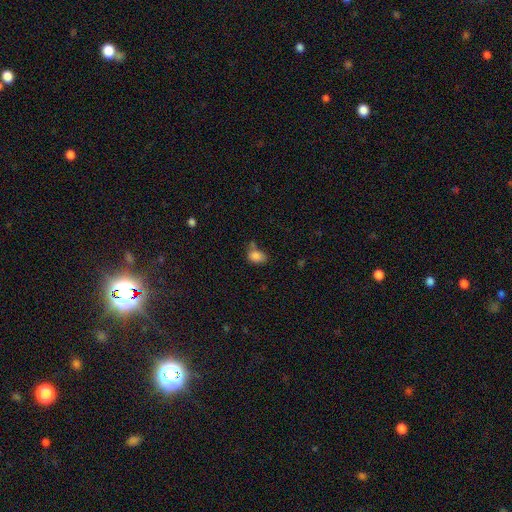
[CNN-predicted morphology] smooth 83%, star or artifact 10%, featured or disk 7%. Down the decision tree: how rounded — in between (76%); merging — none (50%).